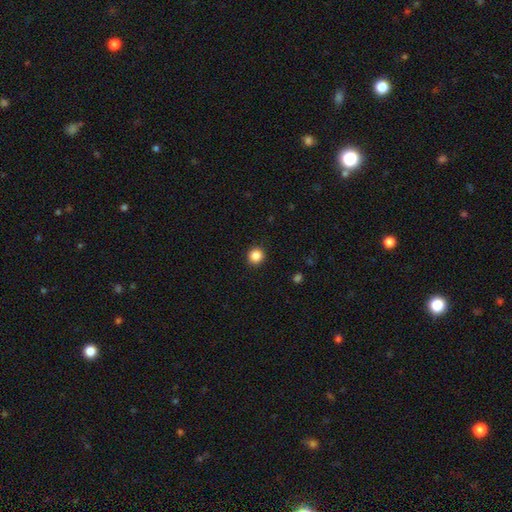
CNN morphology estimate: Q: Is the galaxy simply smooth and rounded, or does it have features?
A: smooth — 86%.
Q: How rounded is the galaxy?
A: round — 91%.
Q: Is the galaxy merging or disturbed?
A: none — 92%.